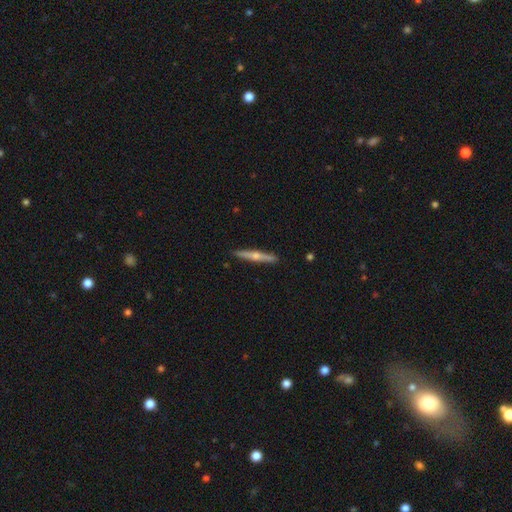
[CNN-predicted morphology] Smooth or featured? featured or disk (63%)
Edge-on disk? yes (97%)
Edge-on bulge? rounded (87%)
Merging? none (91%)